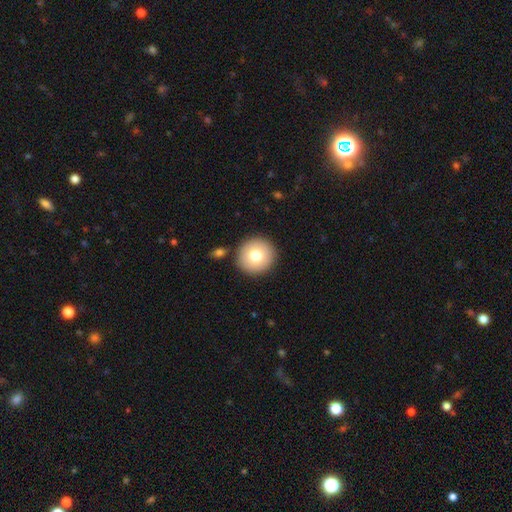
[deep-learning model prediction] smooth_or_featured: smooth (p=0.77) [alt: featured or disk p=0.15]
how_rounded: round (p=0.94) [alt: in between p=0.05]
merging: none (p=0.88) [alt: minor disturbance p=0.06]